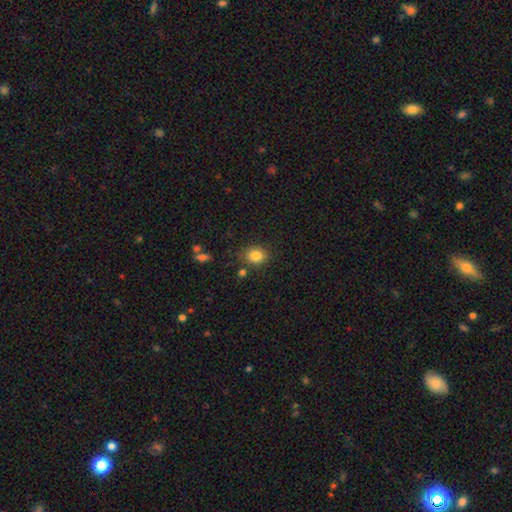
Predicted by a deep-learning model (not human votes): Smooth or featured: smooth — 83% (star or artifact — 11%)
How rounded: round — 62% (in between — 37%)
Merging: none — 80% (minor disturbance — 12%)